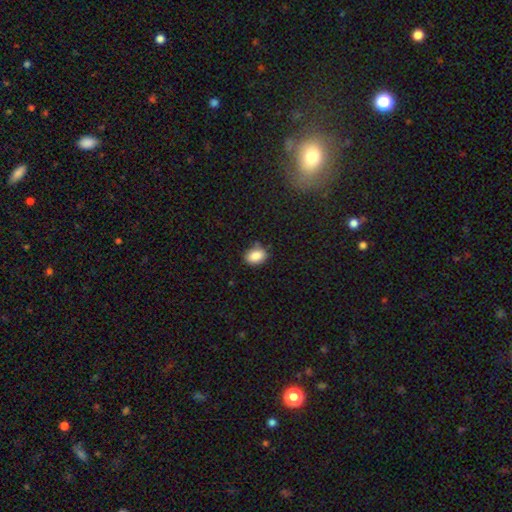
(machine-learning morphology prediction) smooth 87%, star or artifact 9%, featured or disk 5%. Down the decision tree: how rounded — in between (73%); merging — none (80%).